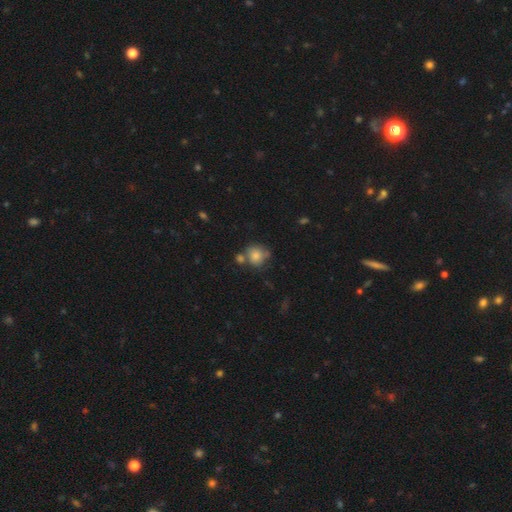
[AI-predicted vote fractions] smooth_or_featured: smooth (p=0.80) [alt: featured or disk p=0.11]
how_rounded: round (p=0.84) [alt: in between p=0.15]
merging: none (p=0.52) [alt: merger p=0.24]